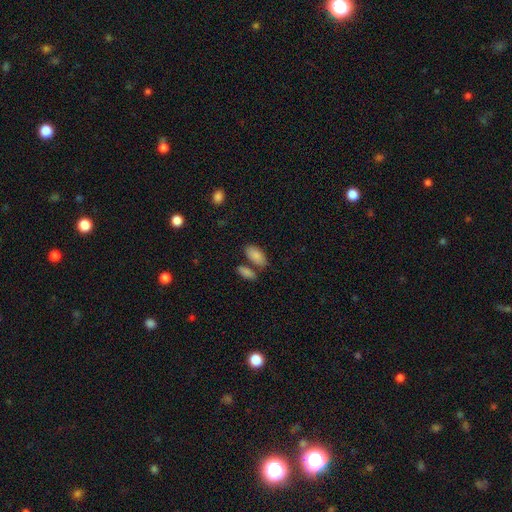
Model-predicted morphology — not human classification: smooth_or_featured: smooth (p=0.86) [alt: featured or disk p=0.08]
how_rounded: in between (p=0.92) [alt: cigar-shaped p=0.05]
merging: none (p=0.61) [alt: merger p=0.23]